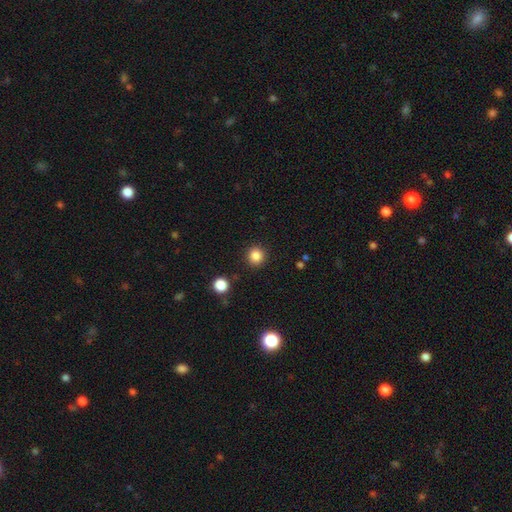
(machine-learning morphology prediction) Q: Smooth or featured?
A: smooth (85%); runner-up: star or artifact (11%)
Q: How rounded?
A: round (92%); runner-up: in between (7%)
Q: Merging?
A: none (90%); runner-up: minor disturbance (6%)